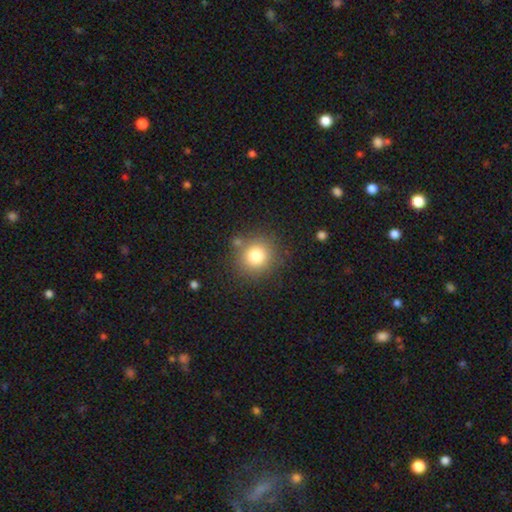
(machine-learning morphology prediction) type=smooth (80%); roundness=round (90%); merging=none (81%).